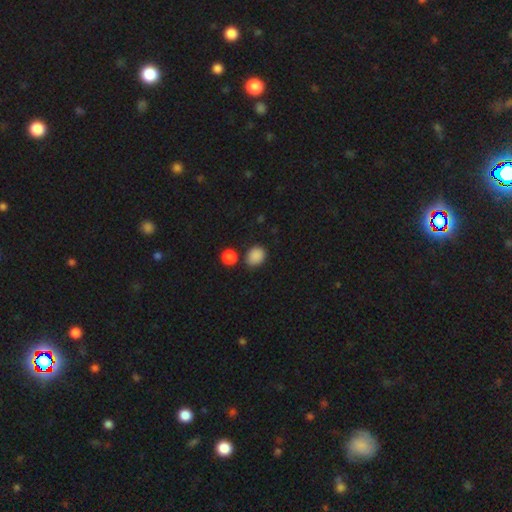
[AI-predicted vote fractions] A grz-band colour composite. It shows a smooth galaxy with no disk features (87%) that is round (54%). Merging: none (76%).